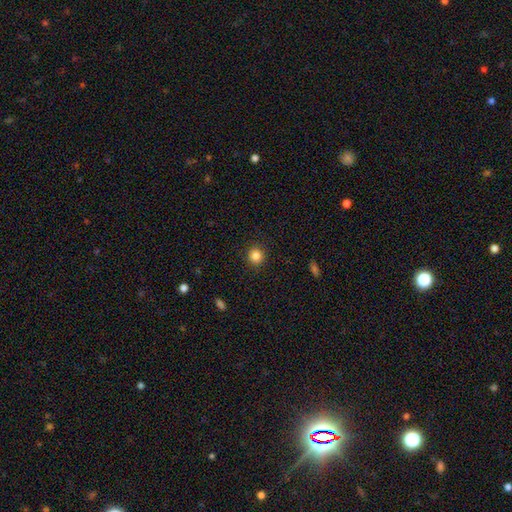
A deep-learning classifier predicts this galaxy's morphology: smooth-or-featured: smooth: 85% | star or artifact: 11% | featured or disk: 4%
  how-rounded: round: 92% | in between: 7% | cigar-shaped: 1%
  merging: none: 91% | minor disturbance: 6% | major disturbance: 2% | merger: 1%